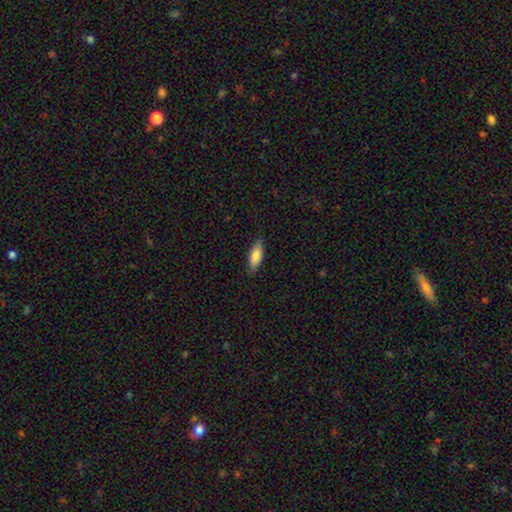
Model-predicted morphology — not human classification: type=smooth (83%); roundness=in between (70%); merging=none (85%).